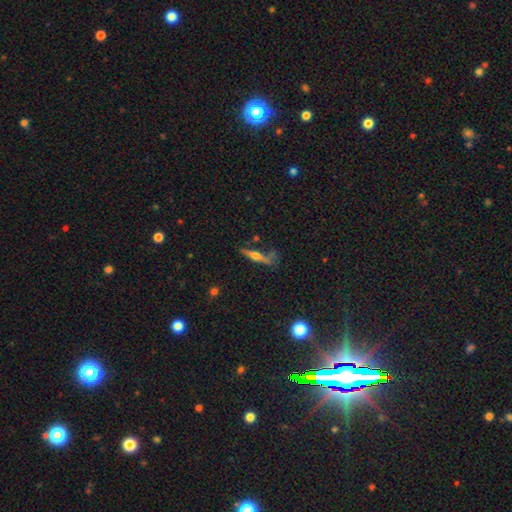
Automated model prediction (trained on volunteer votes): Smooth or featured?
  - featured or disk: 61% *
  - smooth: 31%
  - star or artifact: 8%
Edge-on disk?
  - yes: 94% *
  - no: 6%
Edge-on bulge?
  - rounded: 89% *
  - none: 6%
  - boxy: 6%
Merging?
  - none: 67% *
  - minor disturbance: 19%
  - major disturbance: 7%
  - merger: 7%